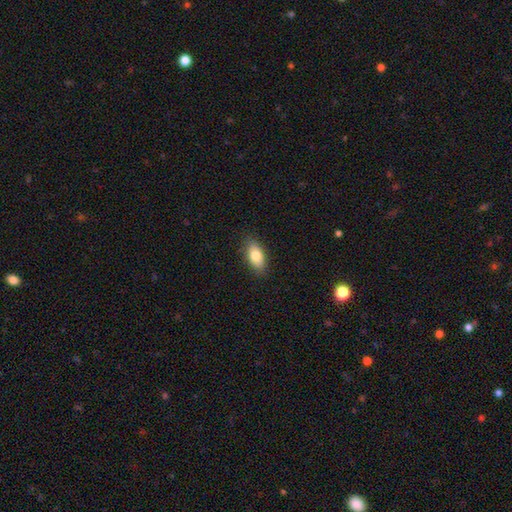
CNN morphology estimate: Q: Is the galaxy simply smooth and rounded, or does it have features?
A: smooth — 79%.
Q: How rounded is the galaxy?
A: in between — 89%.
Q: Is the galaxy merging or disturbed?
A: none — 86%.